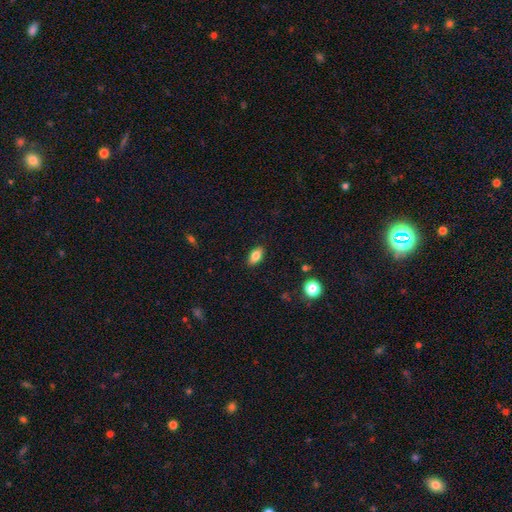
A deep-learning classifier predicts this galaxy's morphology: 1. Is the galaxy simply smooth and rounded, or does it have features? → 81% smooth, 11% featured or disk, 8% star or artifact.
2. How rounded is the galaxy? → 89% in between, 7% cigar-shaped, 5% round.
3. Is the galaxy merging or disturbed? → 88% none, 9% minor disturbance, 2% major disturbance, 1% merger.